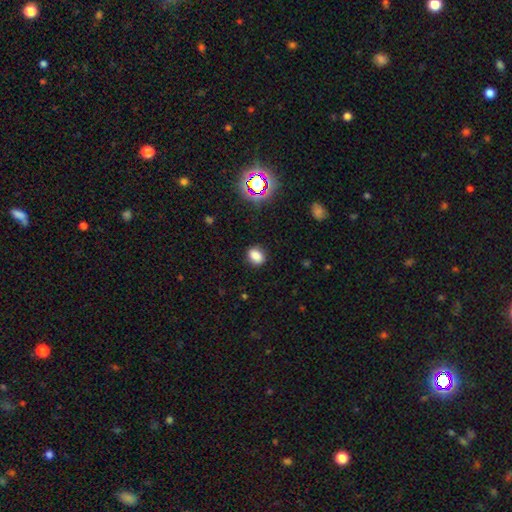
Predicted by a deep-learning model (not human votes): Q: Smooth or featured?
A: smooth (82%); runner-up: star or artifact (13%)
Q: How rounded?
A: in between (56%); runner-up: round (43%)
Q: Merging?
A: none (86%); runner-up: minor disturbance (10%)